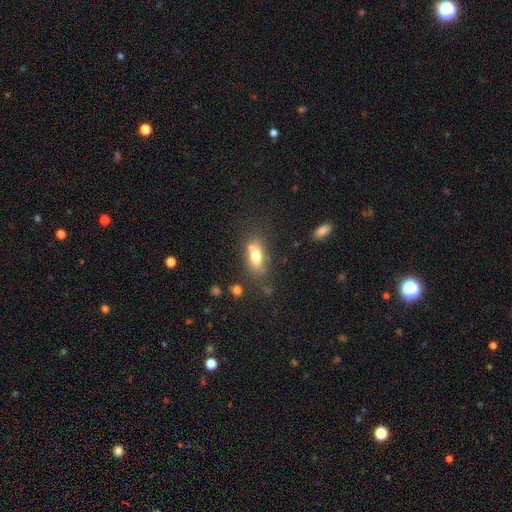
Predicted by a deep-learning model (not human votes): A smooth galaxy with no disk features (68%) that is in between round and cigar-shaped (78%). Merging: none (51%).